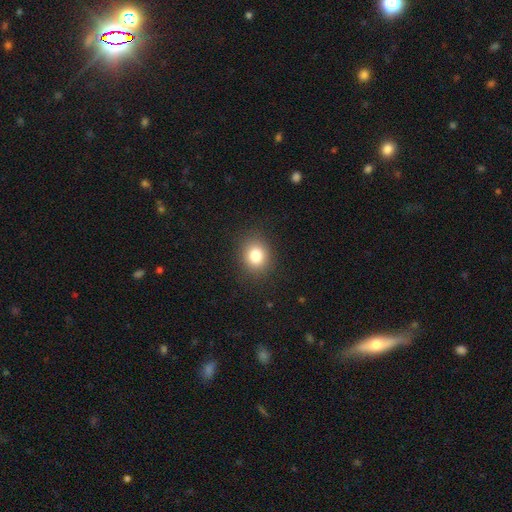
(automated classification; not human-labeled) smooth 82%, star or artifact 11%, featured or disk 7%. Down the decision tree: how rounded — round (65%); merging — none (88%).